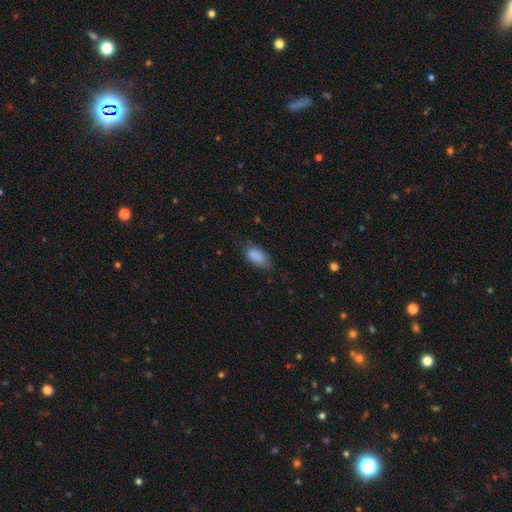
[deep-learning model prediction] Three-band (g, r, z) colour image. It shows a smooth galaxy with no disk features (86%) that is in between round and cigar-shaped (90%). Merging: none (63%).